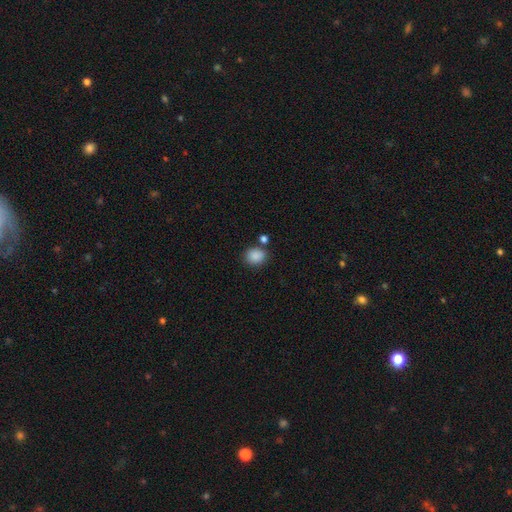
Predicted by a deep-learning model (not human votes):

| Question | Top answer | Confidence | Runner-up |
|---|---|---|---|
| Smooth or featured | smooth | 87% | star or artifact (9%) |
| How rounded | round | 62% | in between (37%) |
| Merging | none | 73% | minor disturbance (12%) |